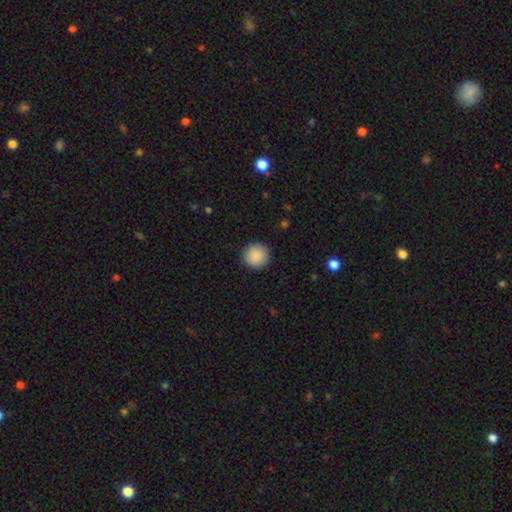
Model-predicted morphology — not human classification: Smooth or featured? Predicted: smooth (p=0.89). How rounded? Predicted: round (p=0.96). Merging? Predicted: none (p=0.92).